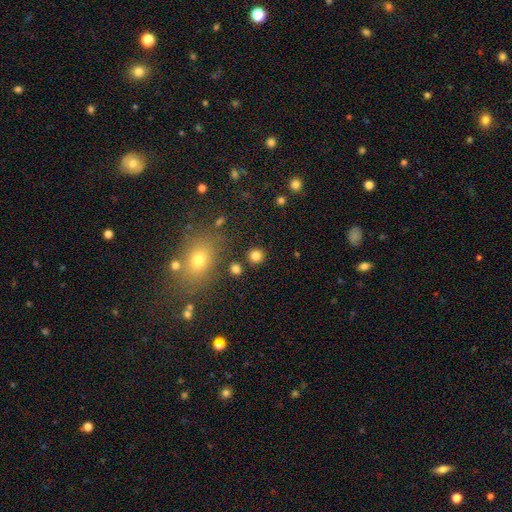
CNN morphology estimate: A smooth galaxy with no disk features (82%) that is round (90%).

Vote fractions:
- Smooth or featured? smooth: 82% / star or artifact: 13% / featured or disk: 5%
- How rounded? round: 90% / in between: 9% / cigar-shaped: 1%
- Merging? none: 86% / minor disturbance: 7% / merger: 4% / major disturbance: 3%